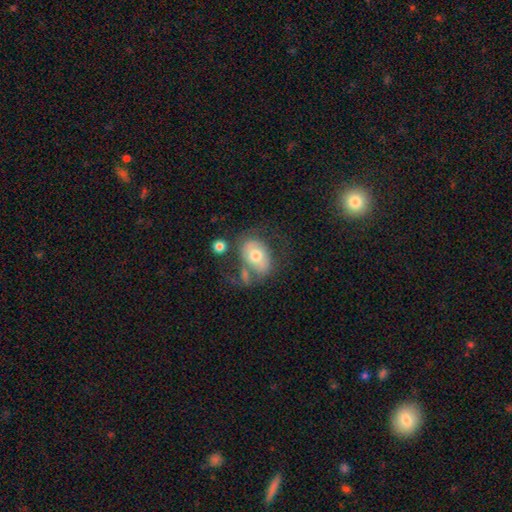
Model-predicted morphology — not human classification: Smooth or featured? Predicted: smooth (p=0.53). How rounded? Predicted: in between (p=0.77). Merging? Predicted: none (p=0.43).